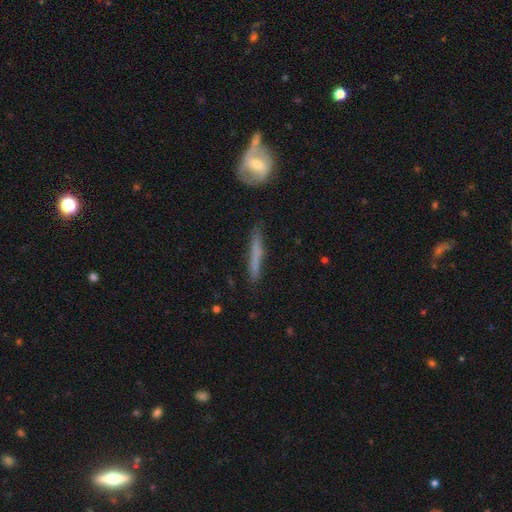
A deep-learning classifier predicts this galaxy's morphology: A smooth galaxy with no disk features (56%) that is cigar-shaped (94%).

Vote fractions:
- Smooth or featured? smooth: 56% / featured or disk: 37% / star or artifact: 7%
- How rounded? cigar-shaped: 94% / in between: 4% / round: 2%
- Merging? none: 81% / minor disturbance: 13% / major disturbance: 3% / merger: 3%